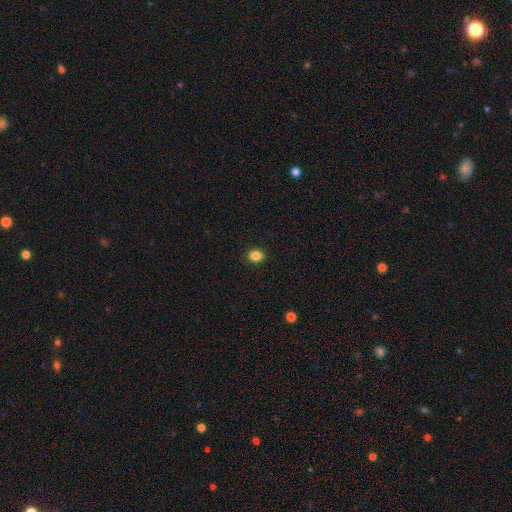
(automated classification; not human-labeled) Smooth or featured?
  - smooth: 86% *
  - star or artifact: 10%
  - featured or disk: 4%
How rounded?
  - round: 50% *
  - in between: 49%
  - cigar-shaped: 1%
Merging?
  - none: 91% *
  - minor disturbance: 6%
  - major disturbance: 2%
  - merger: 1%